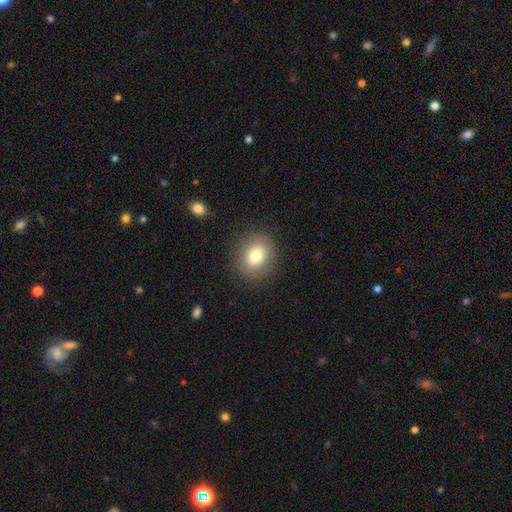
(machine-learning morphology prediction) Smooth or featured? Predicted: smooth (p=0.77). How rounded? Predicted: round (p=0.67). Merging? Predicted: none (p=0.87).